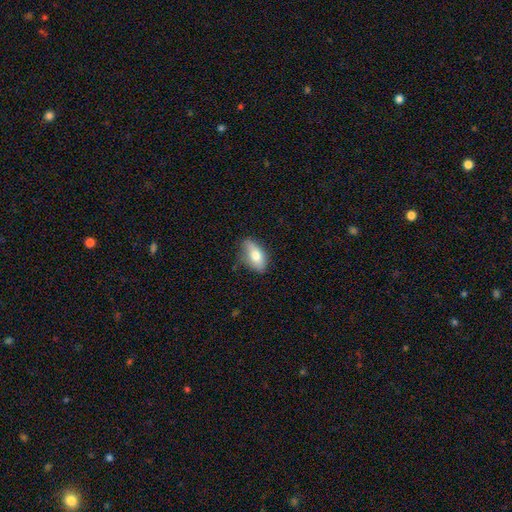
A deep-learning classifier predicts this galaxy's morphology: The model was most divided on "merging": none: 64%, minor disturbance: 28%, major disturbance: 6%, merger: 2%. More confident: how rounded — in between (88%); smooth or featured — smooth (73%).